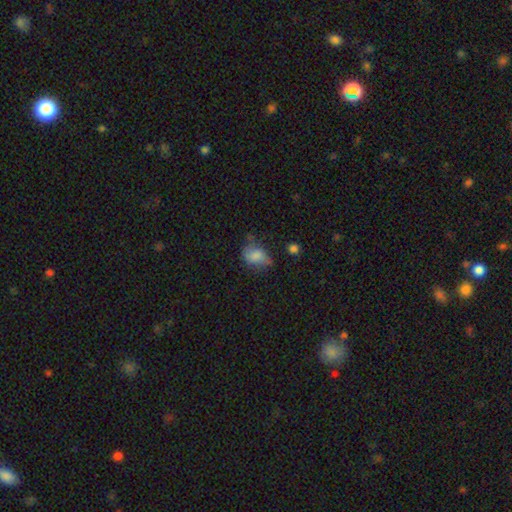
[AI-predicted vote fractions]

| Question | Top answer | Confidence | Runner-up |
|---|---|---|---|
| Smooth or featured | smooth | 71% | featured or disk (18%) |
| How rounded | in between | 74% | round (24%) |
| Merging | none | 36% | tied: minor disturbance (36%) |